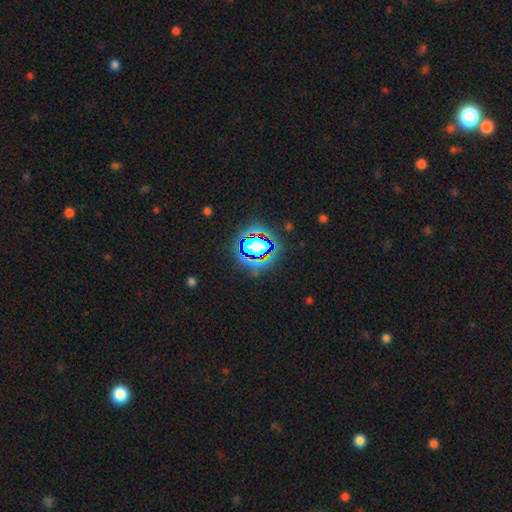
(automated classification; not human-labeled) Morphology: type=star or artifact (80%).